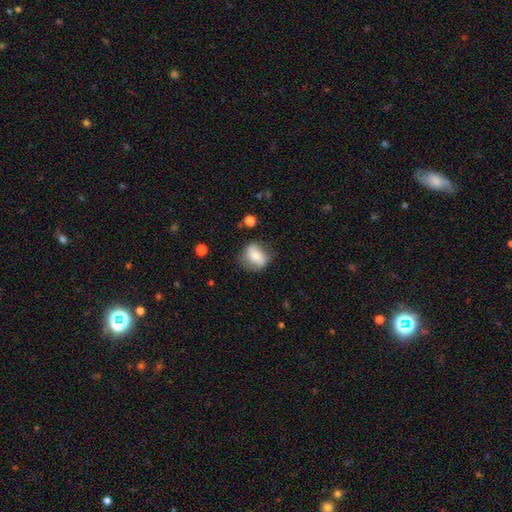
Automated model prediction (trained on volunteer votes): Overall: smooth (56%; featured or disk 36%). How rounded: round (53%; in between 45%). Merging: none (68%).